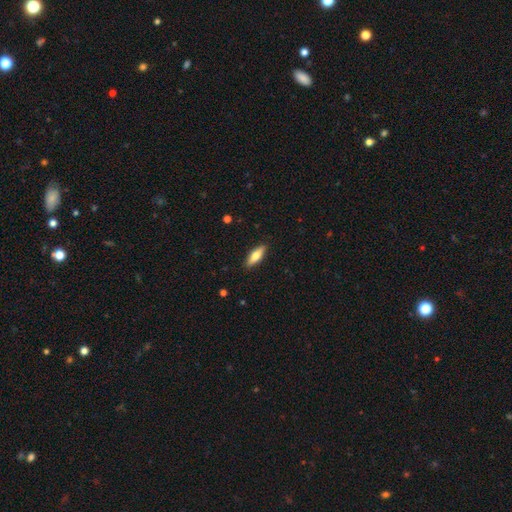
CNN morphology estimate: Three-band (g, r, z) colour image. It shows a smooth galaxy with no disk features (70%) that is in between round and cigar-shaped (55%). Merging: none (89%).